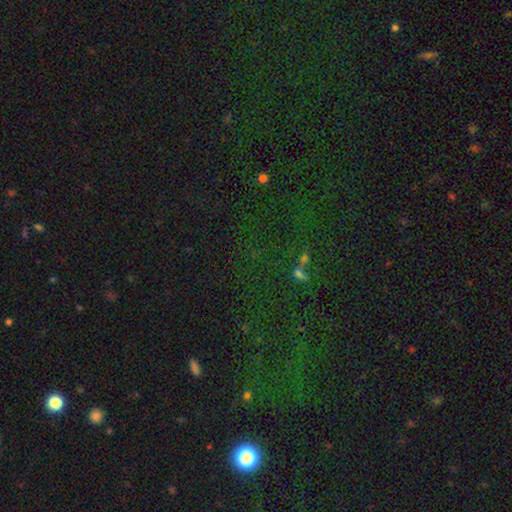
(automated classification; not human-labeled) star or artifact 74%, smooth 17%, featured or disk 9%.